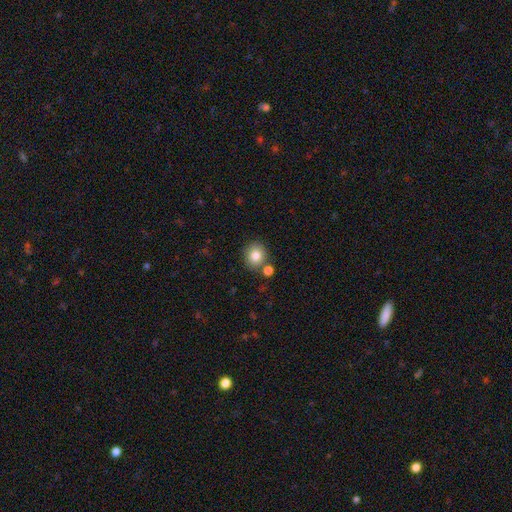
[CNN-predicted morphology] The model was most divided on "how rounded": round: 78%, in between: 21%, cigar-shaped: 1%. More confident: smooth or featured — smooth (82%); merging — none (76%).